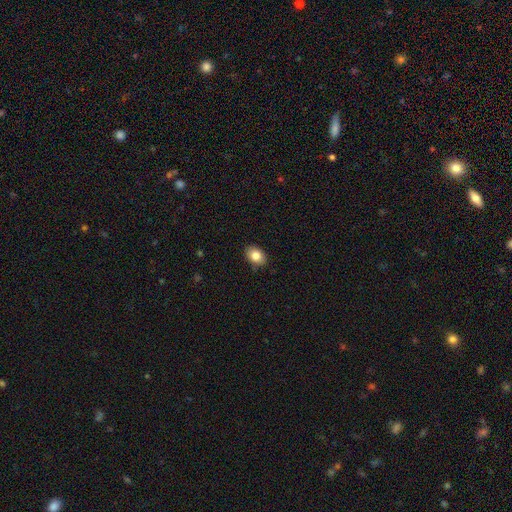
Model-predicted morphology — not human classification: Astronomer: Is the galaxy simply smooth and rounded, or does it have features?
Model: smooth — 84%.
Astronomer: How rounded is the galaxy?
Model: in between — 76%.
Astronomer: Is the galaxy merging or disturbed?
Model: none — 86%.